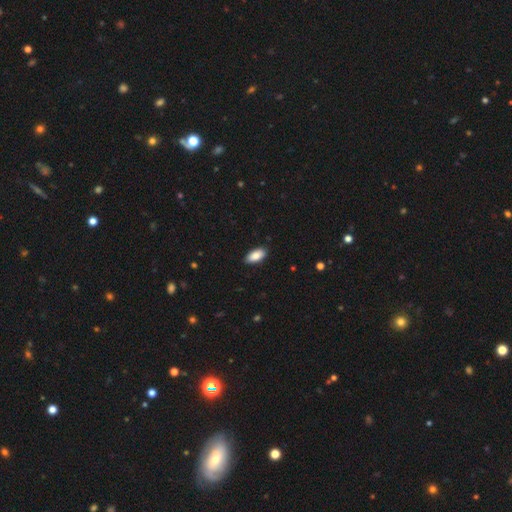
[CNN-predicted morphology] type=smooth (86%); roundness=in between (92%); merging=none (88%).